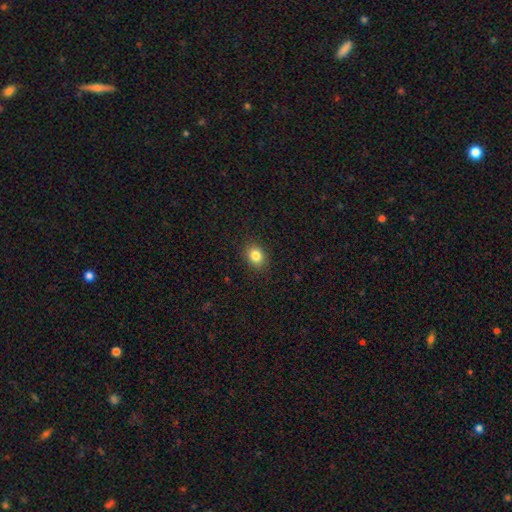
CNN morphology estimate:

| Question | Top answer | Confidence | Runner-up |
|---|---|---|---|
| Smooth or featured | smooth | 84% | star or artifact (10%) |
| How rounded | in between | 56% | round (43%) |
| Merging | none | 89% | minor disturbance (8%) |